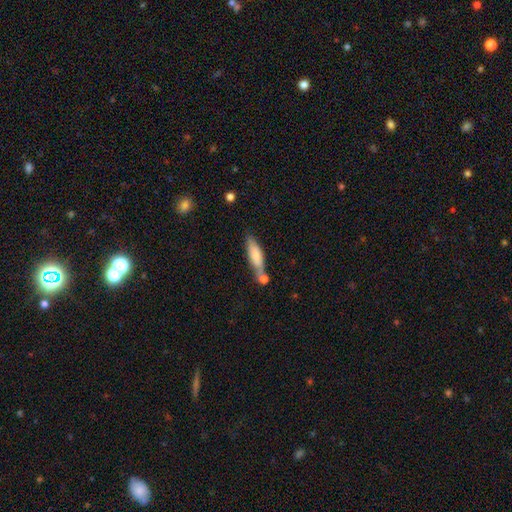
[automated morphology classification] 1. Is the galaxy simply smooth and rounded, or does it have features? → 72% smooth, 22% featured or disk, 6% star or artifact.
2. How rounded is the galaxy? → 64% cigar-shaped, 34% in between, 2% round.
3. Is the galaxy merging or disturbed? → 46% none, 31% merger, 17% minor disturbance, 6% major disturbance.